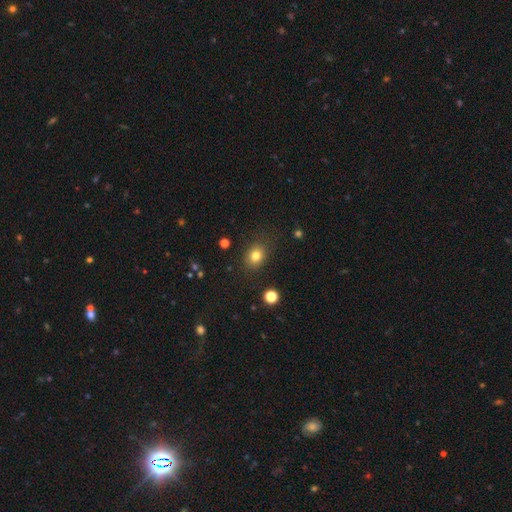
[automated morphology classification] Q: Smooth or featured?
A: smooth (80%); runner-up: star or artifact (13%)
Q: How rounded?
A: round (56%); runner-up: in between (43%)
Q: Merging?
A: none (82%); runner-up: minor disturbance (12%)